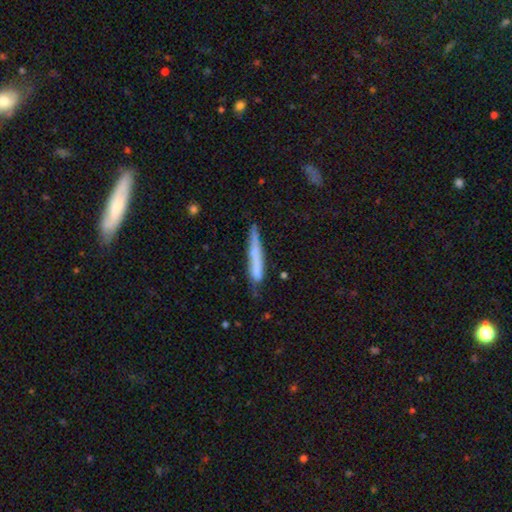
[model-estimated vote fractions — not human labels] This is possibly a smooth galaxy (59%). How rounded: clearly cigar-shaped (93%). Merging: likely none (63%).